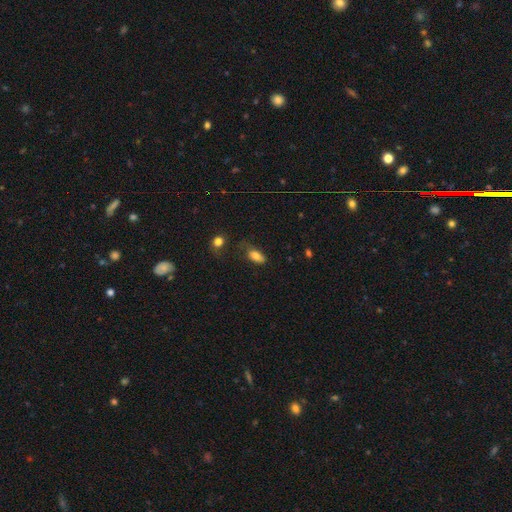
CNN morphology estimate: smooth-or-featured: smooth: 80% | featured or disk: 12% | star or artifact: 9%
  how-rounded: in between: 88% | cigar-shaped: 8% | round: 5%
  merging: none: 46% | minor disturbance: 29% | major disturbance: 20% | merger: 5%